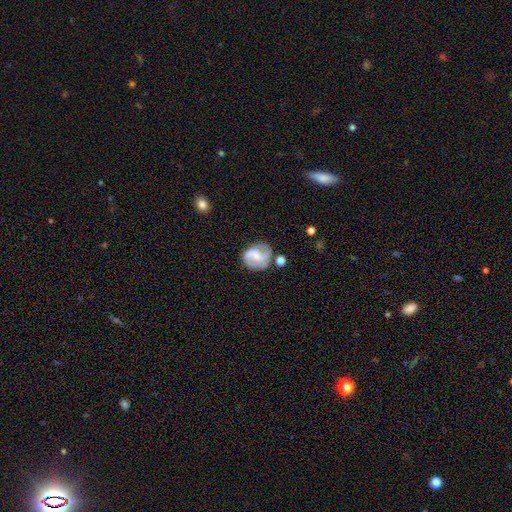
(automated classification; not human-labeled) Overall: featured or disk (76%). Edge-on disk: no (98%). Bar: weak (48%; no 33%). Spiral arms: yes (93%). Spiral arm count: 2 (86%). Spiral winding: medium (44%; loose 39%). Bulge size: small (47%; moderate 28%). Merging: none (68%).